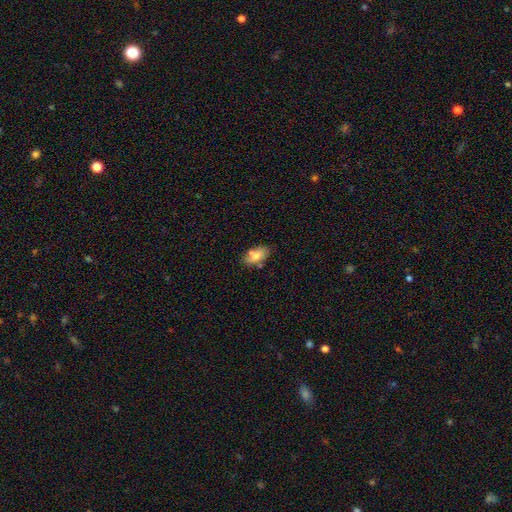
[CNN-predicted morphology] smooth 73%, featured or disk 18%, star or artifact 10%. Down the decision tree: how rounded — in between (89%); merging — none (72%).